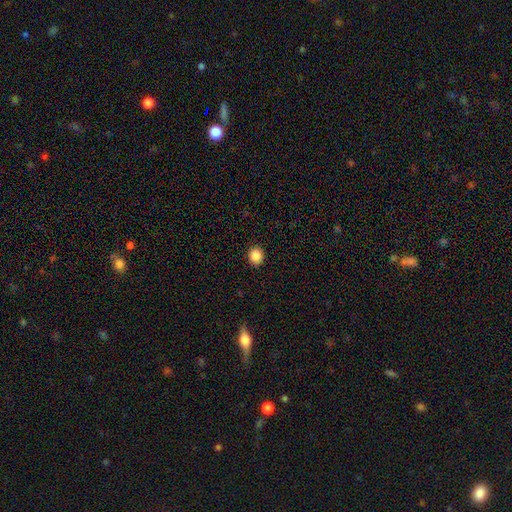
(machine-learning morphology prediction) A smooth galaxy with no disk features (86%) that is round (81%). Merging: none (92%).